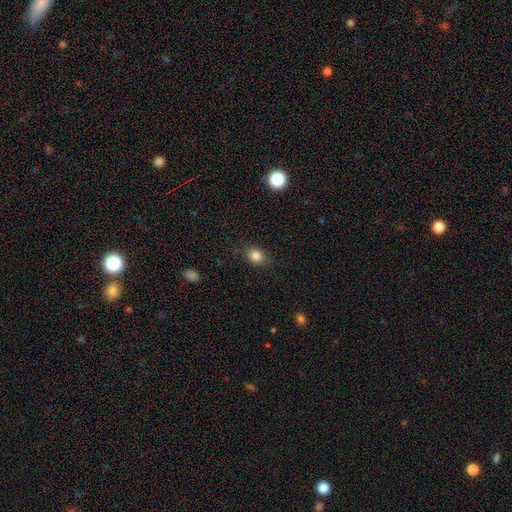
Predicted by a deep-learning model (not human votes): smooth 82%, star or artifact 11%, featured or disk 6%. Down the decision tree: how rounded — round (56%); merging — none (82%).